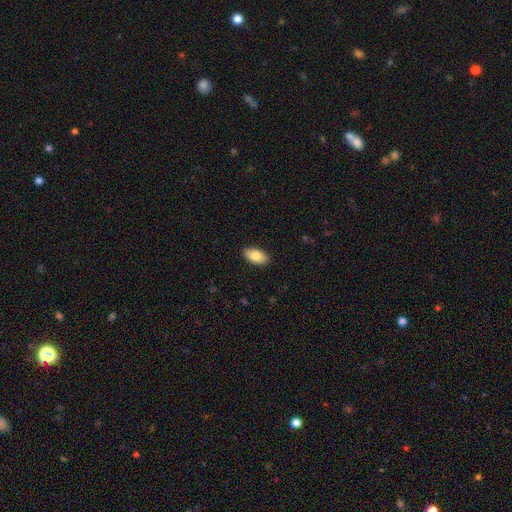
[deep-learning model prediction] Overall: smooth (84%). How rounded: in between (94%). Merging: none (89%).